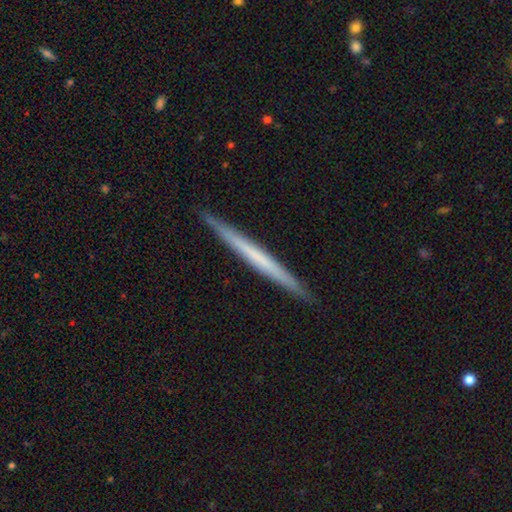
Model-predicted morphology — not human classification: Smooth or featured?
  - featured or disk: 53% *
  - smooth: 42%
  - star or artifact: 5%
Edge-on disk?
  - yes: 97% *
  - no: 3%
Edge-on bulge?
  - none: 87% *
  - rounded: 8%
  - boxy: 5%
Merging?
  - none: 91% *
  - minor disturbance: 7%
  - major disturbance: 1%
  - merger: 1%